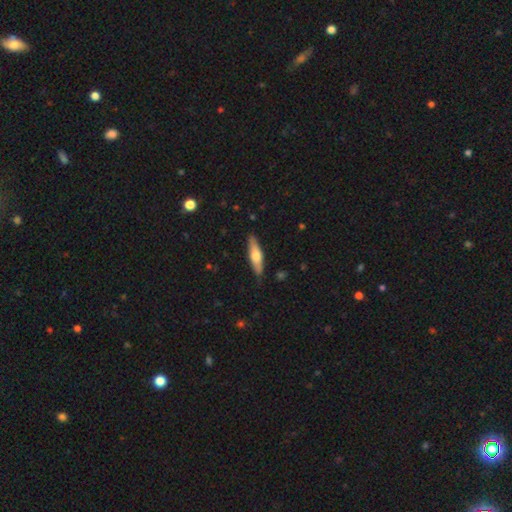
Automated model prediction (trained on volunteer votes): smooth 52%, featured or disk 42%, star or artifact 5%. Down the decision tree: how rounded — cigar-shaped (67%); merging — none (86%).